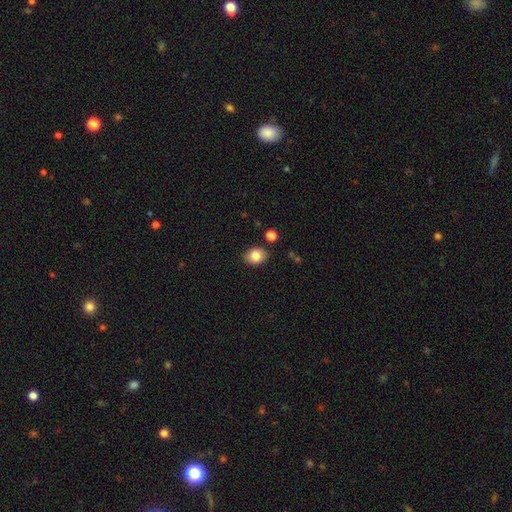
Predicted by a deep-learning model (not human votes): Smooth or featured?
  - smooth: 83% *
  - star or artifact: 9%
  - featured or disk: 8%
How rounded?
  - in between: 57% *
  - round: 42%
  - cigar-shaped: 1%
Merging?
  - none: 84% *
  - minor disturbance: 10%
  - merger: 3%
  - major disturbance: 2%